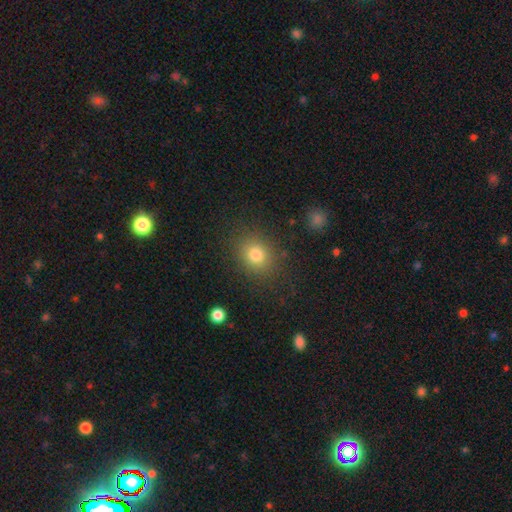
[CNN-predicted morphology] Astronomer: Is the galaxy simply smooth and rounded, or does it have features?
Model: smooth — 80%.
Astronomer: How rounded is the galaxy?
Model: round — 62%.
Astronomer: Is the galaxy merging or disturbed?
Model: none — 85%.